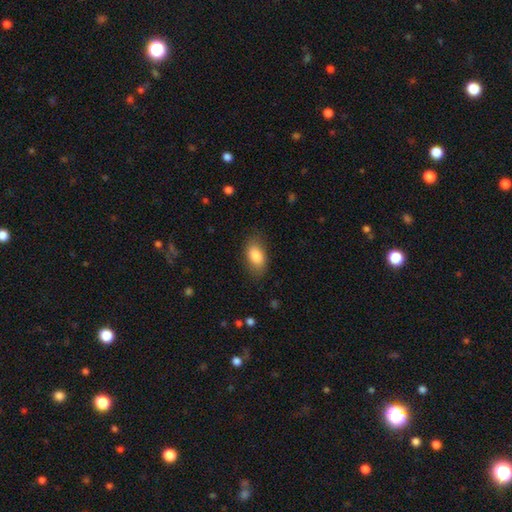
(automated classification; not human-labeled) Morphology: type=smooth (85%); roundness=in between (91%); merging=none (79%).